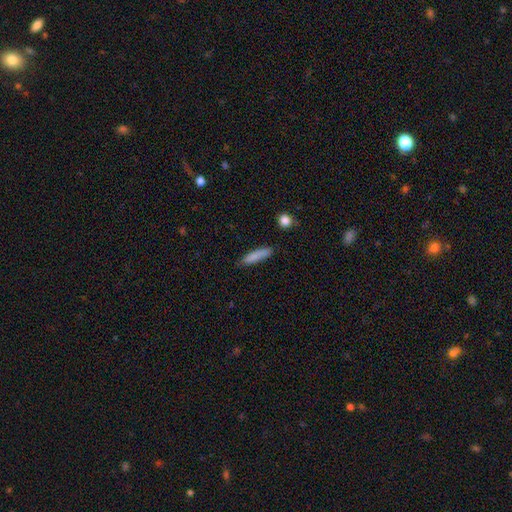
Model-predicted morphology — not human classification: This appears to be a smooth galaxy with no disk features (85%) that is cigar-shaped (78%). Merging: none (81%).